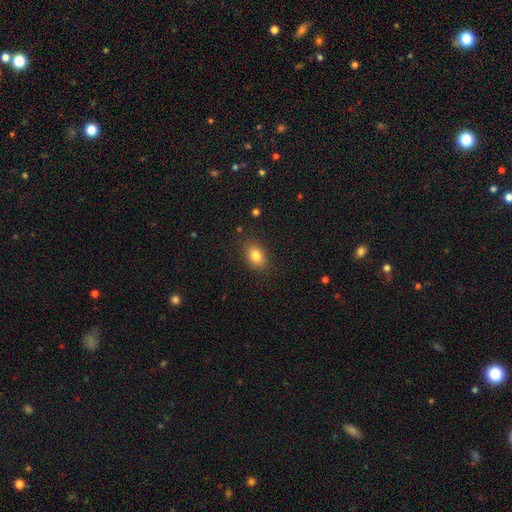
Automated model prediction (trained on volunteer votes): A smooth galaxy with no disk features (83%) that is in between round and cigar-shaped (77%).

Vote fractions:
- Smooth or featured? smooth: 83% / star or artifact: 10% / featured or disk: 8%
- How rounded? in between: 77% / round: 21% / cigar-shaped: 1%
- Merging? none: 86% / minor disturbance: 10% / major disturbance: 3% / merger: 1%